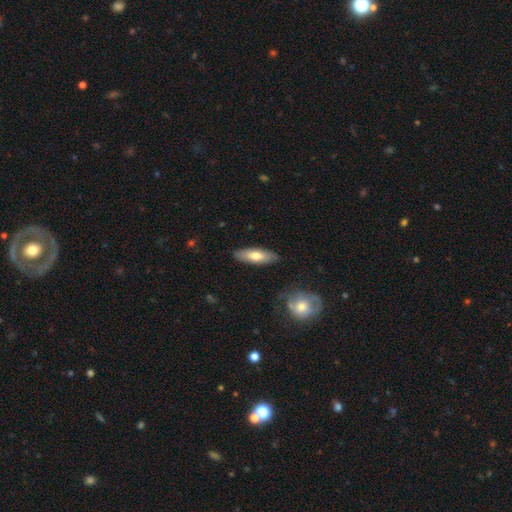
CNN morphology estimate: Overall: smooth (67%). How rounded: in between (56%; cigar-shaped 42%). Merging: none (86%).